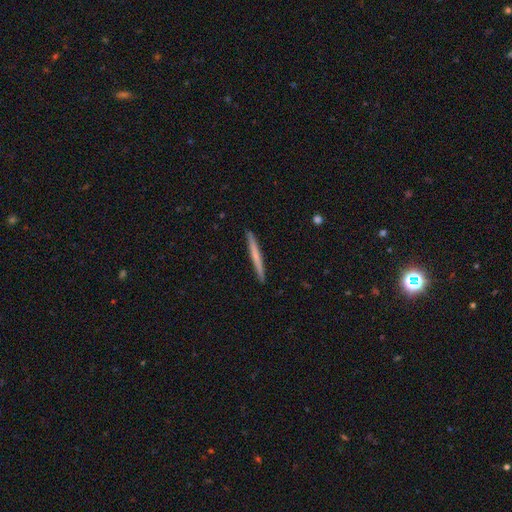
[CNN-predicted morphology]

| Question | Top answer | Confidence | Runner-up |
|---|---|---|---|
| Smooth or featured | smooth | 57% | featured or disk (37%) |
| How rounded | cigar-shaped | 97% | in between (2%) |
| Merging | none | 92% | minor disturbance (6%) |